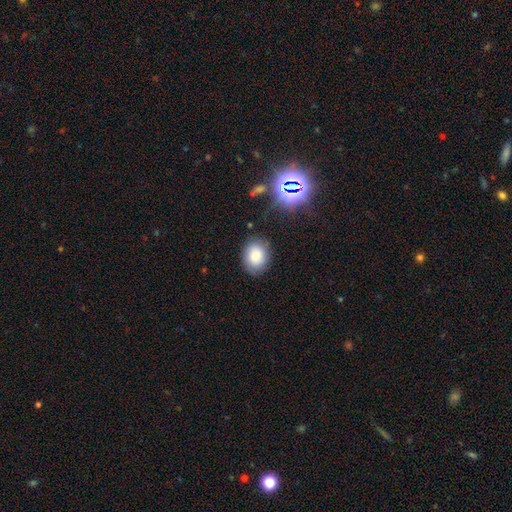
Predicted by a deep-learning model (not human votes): smooth-or-featured: smooth: 79% | star or artifact: 11% | featured or disk: 10%
  how-rounded: in between: 54% | round: 45% | cigar-shaped: 1%
  merging: none: 81% | minor disturbance: 13% | major disturbance: 3% | merger: 2%